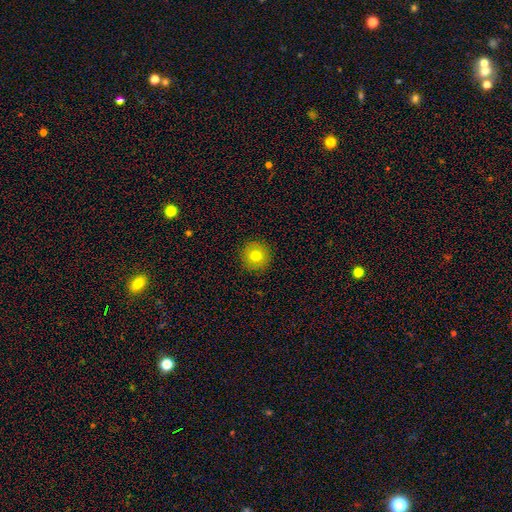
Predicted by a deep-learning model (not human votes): Smooth or featured?
  - smooth: 77% *
  - featured or disk: 12%
  - star or artifact: 11%
How rounded?
  - round: 95% *
  - in between: 4%
  - cigar-shaped: 1%
Merging?
  - none: 92% *
  - minor disturbance: 5%
  - major disturbance: 2%
  - merger: 1%